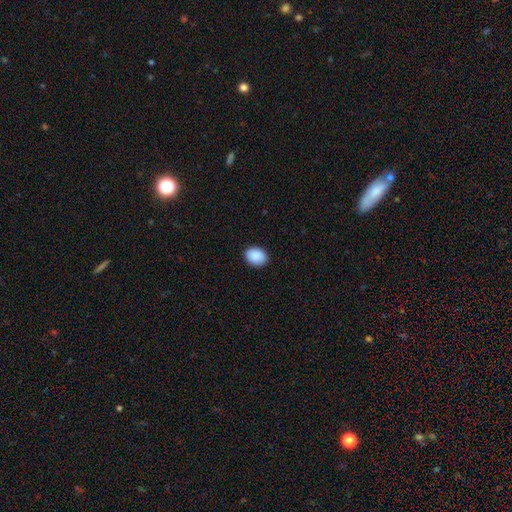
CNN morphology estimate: Smooth or featured? smooth (90%)
How rounded? in between (60%)
Merging? none (89%)